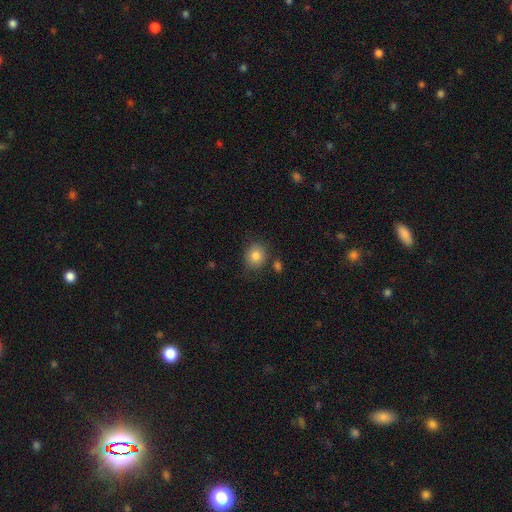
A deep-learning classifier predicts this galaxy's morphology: type=smooth (83%); roundness=round (79%); merging=none (80%).